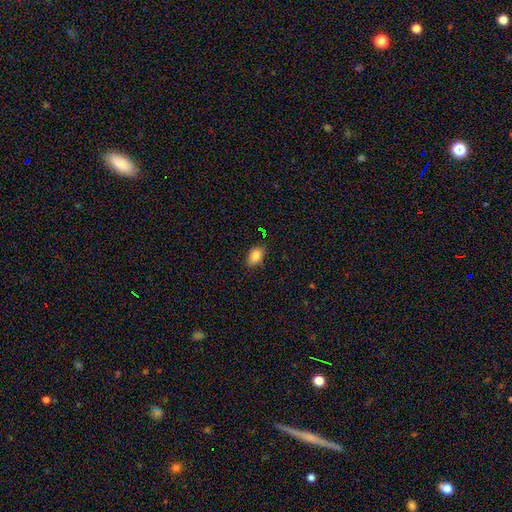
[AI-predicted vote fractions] A smooth galaxy with no disk features (83%) that is in between round and cigar-shaped (87%).

Vote fractions:
- Smooth or featured? smooth: 83% / star or artifact: 9% / featured or disk: 7%
- How rounded? in between: 87% / round: 10% / cigar-shaped: 3%
- Merging? none: 82% / minor disturbance: 14% / major disturbance: 3% / merger: 1%